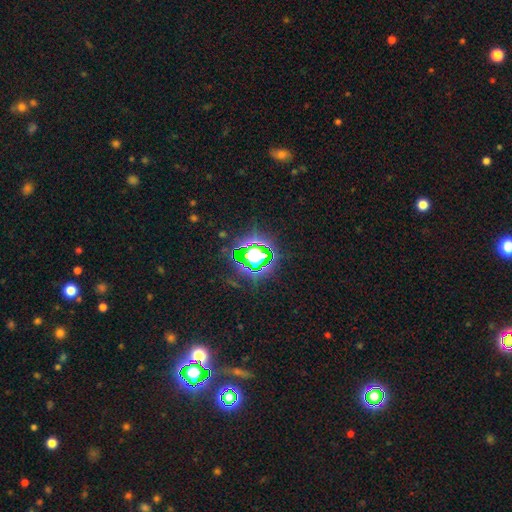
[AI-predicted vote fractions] star or artifact 69%, smooth 19%, featured or disk 12%.